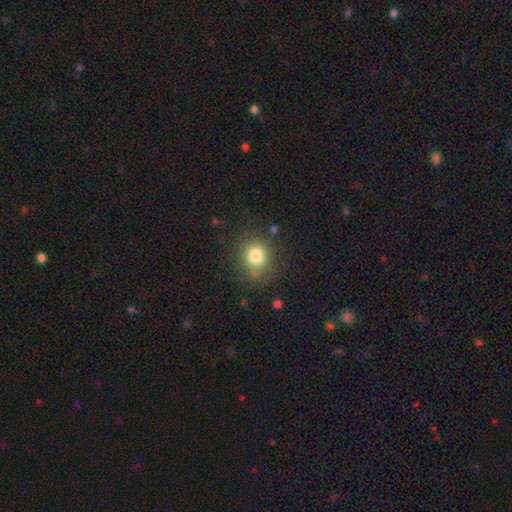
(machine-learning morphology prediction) smooth_or_featured: smooth (p=0.80) [alt: star or artifact p=0.12]
how_rounded: round (p=0.84) [alt: in between p=0.16]
merging: none (p=0.80) [alt: minor disturbance p=0.12]